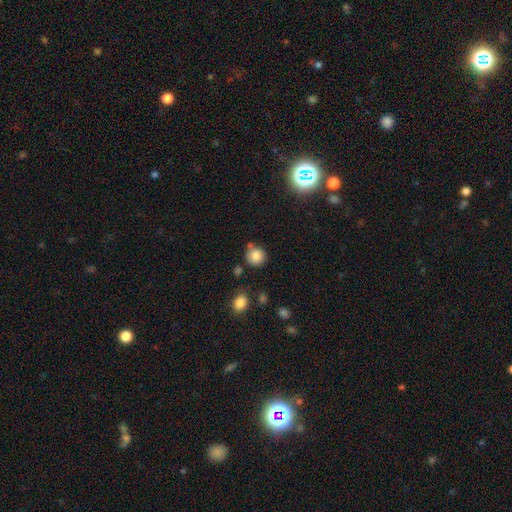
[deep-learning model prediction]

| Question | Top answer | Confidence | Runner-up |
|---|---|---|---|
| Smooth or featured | smooth | 84% | star or artifact (10%) |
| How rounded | round | 90% | in between (9%) |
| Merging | none | 74% | minor disturbance (13%) |